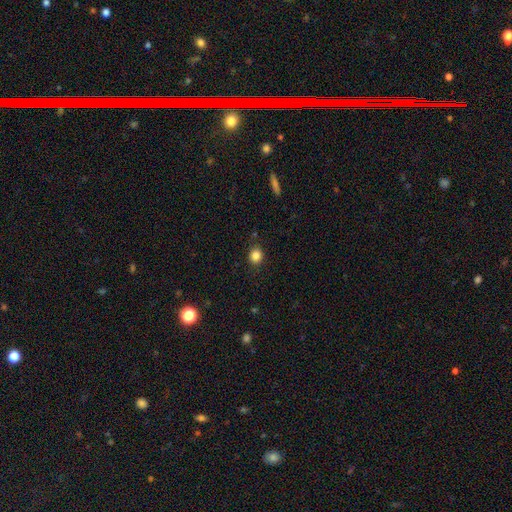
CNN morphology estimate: Smooth or featured: smooth — 84% (star or artifact — 11%)
How rounded: round — 74% (in between — 25%)
Merging: none — 86% (minor disturbance — 10%)